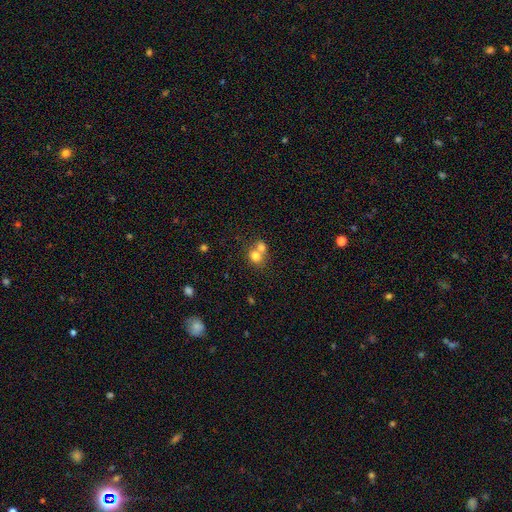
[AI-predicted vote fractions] smooth 76%, featured or disk 13%, star or artifact 11%. Down the decision tree: how rounded — round (71%); merging — merger (59%).